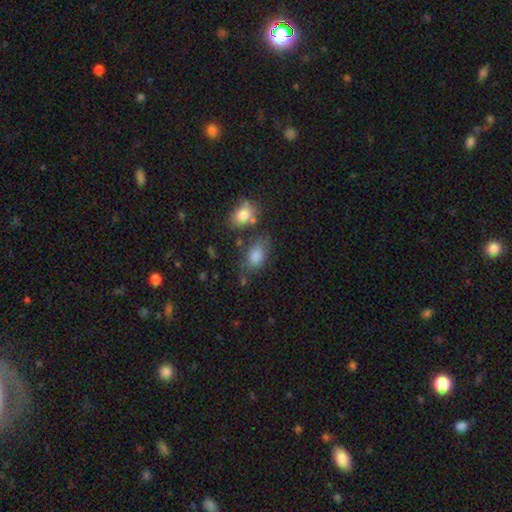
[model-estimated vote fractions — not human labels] Q: Smooth or featured?
A: smooth (82%); runner-up: star or artifact (9%)
Q: How rounded?
A: in between (86%); runner-up: round (12%)
Q: Merging?
A: none (57%); runner-up: minor disturbance (24%)